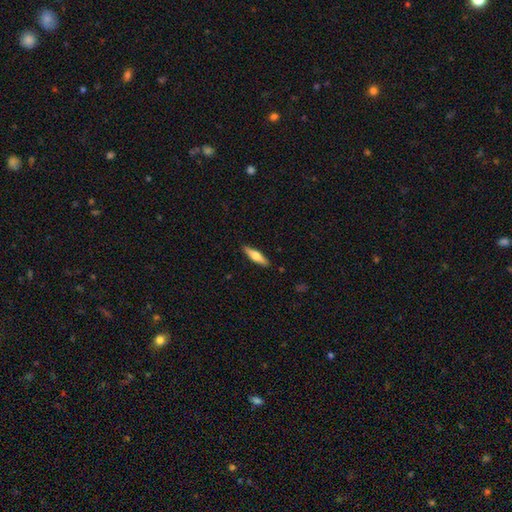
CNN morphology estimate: This is possibly a smooth galaxy (54%). How rounded: likely cigar-shaped (69%). Merging: clearly none (89%).